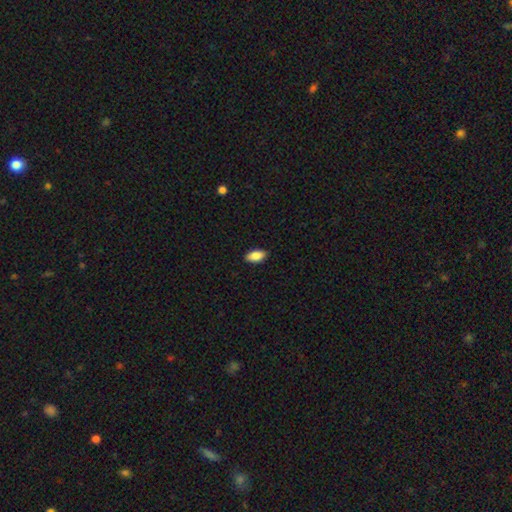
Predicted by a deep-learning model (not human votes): This appears to be a smooth galaxy with no disk features (87%) that is in between round and cigar-shaped (92%). Merging: none (89%).